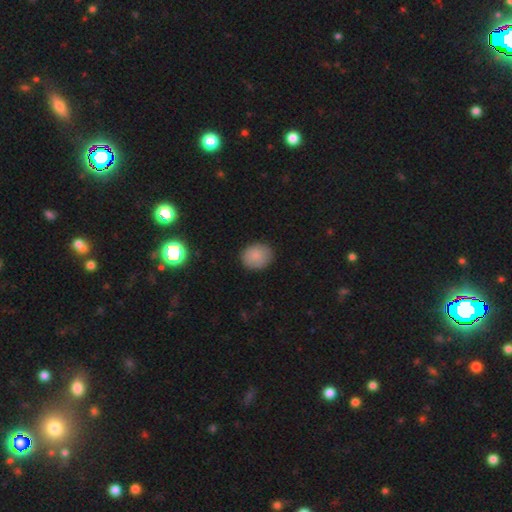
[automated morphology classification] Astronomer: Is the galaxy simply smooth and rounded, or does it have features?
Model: smooth — 86%.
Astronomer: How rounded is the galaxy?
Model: round — 66%.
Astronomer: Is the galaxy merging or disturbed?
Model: none — 87%.